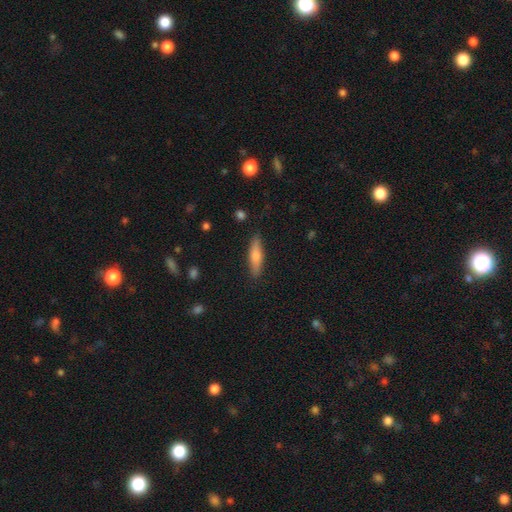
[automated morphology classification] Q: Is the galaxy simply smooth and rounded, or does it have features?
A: smooth — 72%.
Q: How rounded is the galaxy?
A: cigar-shaped — 74%.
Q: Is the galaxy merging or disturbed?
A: none — 87%.